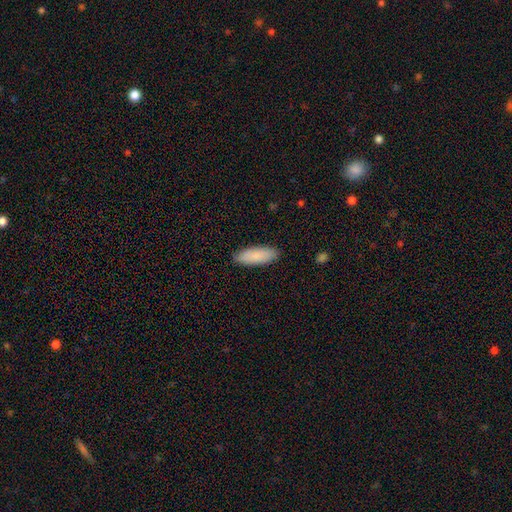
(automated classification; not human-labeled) Smooth or featured: smooth — 87% (featured or disk — 7%)
How rounded: in between — 64% (cigar-shaped — 34%)
Merging: none — 89% (minor disturbance — 8%)